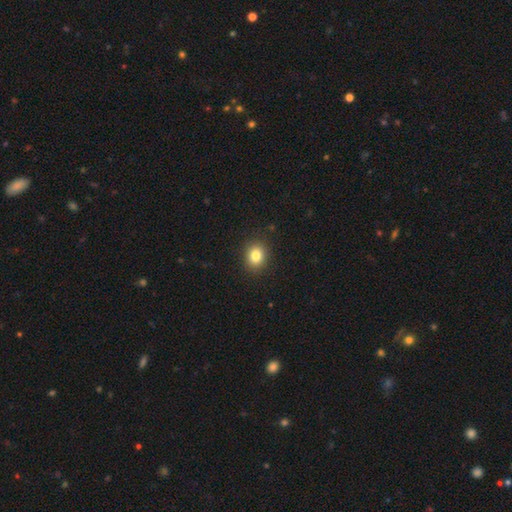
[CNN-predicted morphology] This is clearly a smooth galaxy (83%). How rounded: likely round (61%). Merging: clearly none (89%).